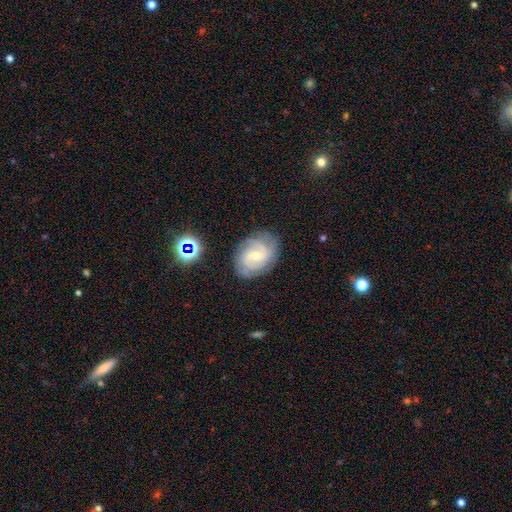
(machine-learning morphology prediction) The model was most divided on "spiral winding": tight: 47%, medium: 41%, loose: 12%. Remaining: edge-on disk — no (97%); spiral arms — yes (95%); smooth or featured — featured or disk (80%); merging — none (75%); bulge size — small (58%); bar — weak (56%); spiral arm count — 2 (47%).